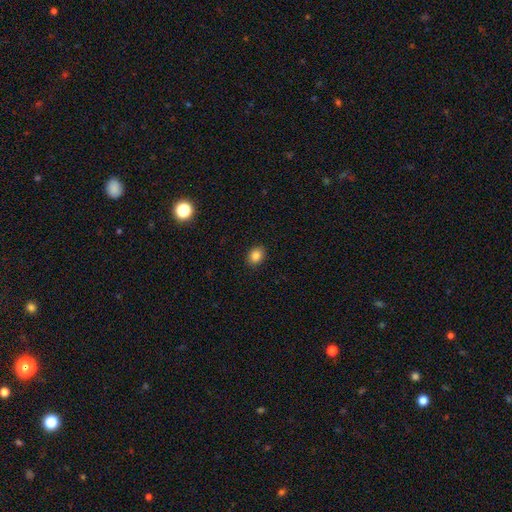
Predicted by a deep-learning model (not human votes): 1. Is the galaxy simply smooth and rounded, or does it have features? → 85% smooth, 10% star or artifact, 5% featured or disk.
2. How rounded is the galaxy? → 57% in between, 42% round, 1% cigar-shaped.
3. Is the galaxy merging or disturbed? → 90% none, 7% minor disturbance, 2% major disturbance, 1% merger.